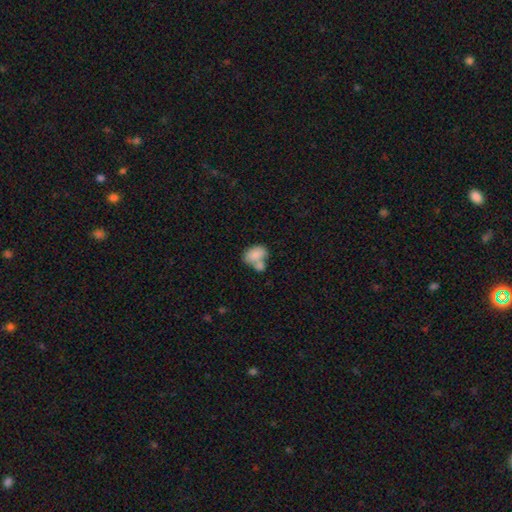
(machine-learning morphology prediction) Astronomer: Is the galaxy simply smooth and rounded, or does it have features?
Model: smooth — 80%.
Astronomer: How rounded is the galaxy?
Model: in between — 87%.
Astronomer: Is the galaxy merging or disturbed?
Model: merger — 54%.